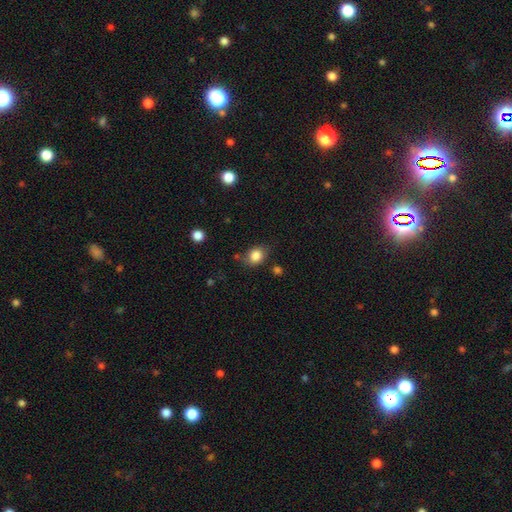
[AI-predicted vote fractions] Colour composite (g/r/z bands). It shows a smooth galaxy with no disk features (84%) that is round (55%). Merging: none (70%).